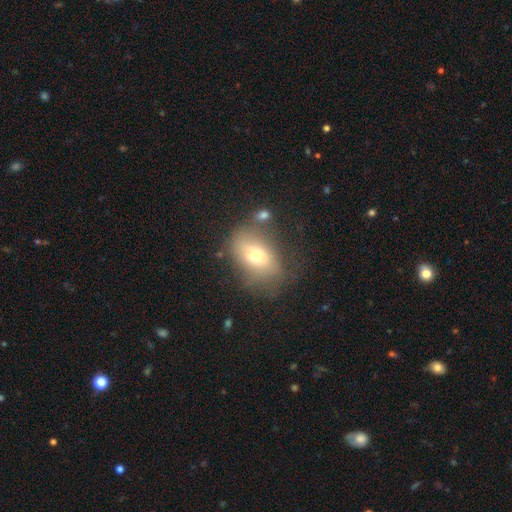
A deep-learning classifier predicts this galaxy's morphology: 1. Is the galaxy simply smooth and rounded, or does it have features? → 64% smooth, 26% featured or disk, 11% star or artifact.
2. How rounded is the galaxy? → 79% in between, 18% round, 2% cigar-shaped.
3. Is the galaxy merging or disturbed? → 51% none, 25% minor disturbance, 16% major disturbance, 8% merger.